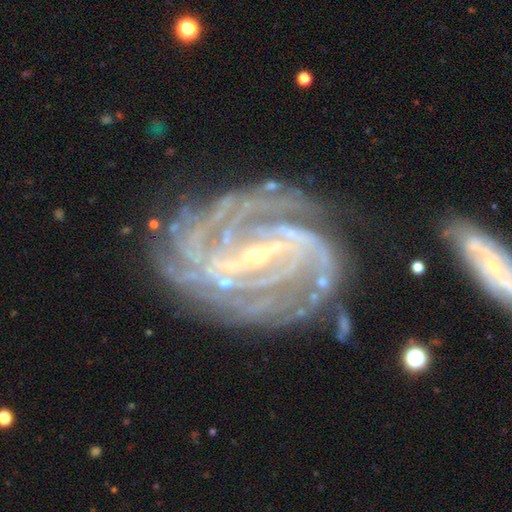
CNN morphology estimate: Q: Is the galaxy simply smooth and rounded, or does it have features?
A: featured or disk — 91%.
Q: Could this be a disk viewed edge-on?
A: no — 97%.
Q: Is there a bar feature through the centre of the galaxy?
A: strong — 64%.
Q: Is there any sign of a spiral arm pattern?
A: yes — 98%.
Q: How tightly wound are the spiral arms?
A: tight — 72%.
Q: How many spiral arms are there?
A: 4 — 28%.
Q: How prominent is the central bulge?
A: small — 74%.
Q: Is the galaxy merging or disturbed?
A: none — 69%.